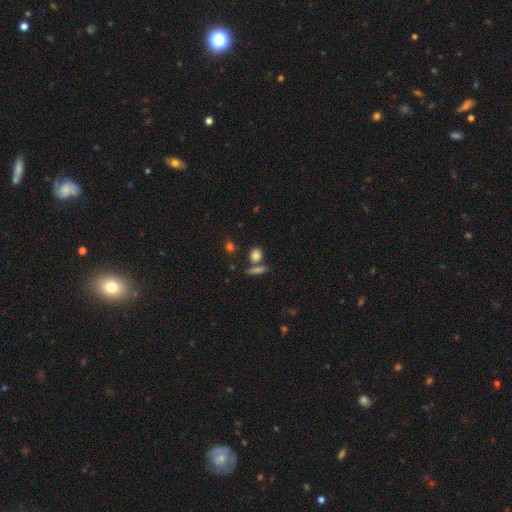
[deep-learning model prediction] smooth_or_featured: smooth (p=0.80) [alt: star or artifact p=0.11]
how_rounded: round (p=0.63) [alt: in between p=0.30]
merging: none (p=0.67) [alt: merger p=0.20]